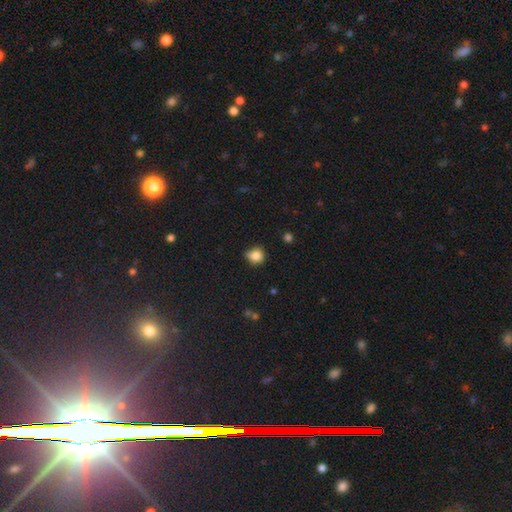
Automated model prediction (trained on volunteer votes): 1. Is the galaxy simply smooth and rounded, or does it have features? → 83% smooth, 11% star or artifact, 6% featured or disk.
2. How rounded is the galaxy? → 78% round, 21% in between, 1% cigar-shaped.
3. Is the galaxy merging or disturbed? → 61% none, 31% minor disturbance, 6% major disturbance, 3% merger.